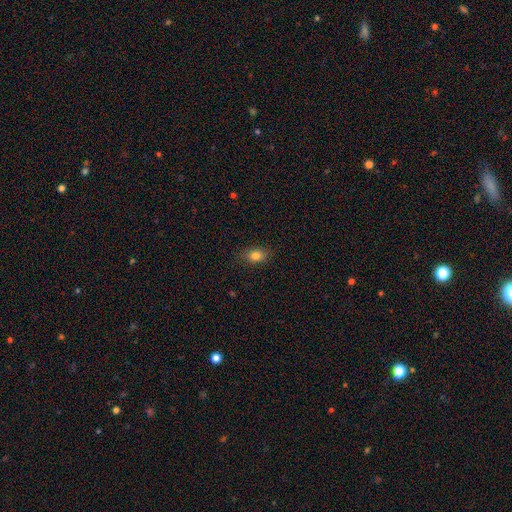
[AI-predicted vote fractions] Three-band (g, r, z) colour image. It shows a smooth galaxy with no disk features (80%) that is in between round and cigar-shaped (76%). Merging: none (84%).